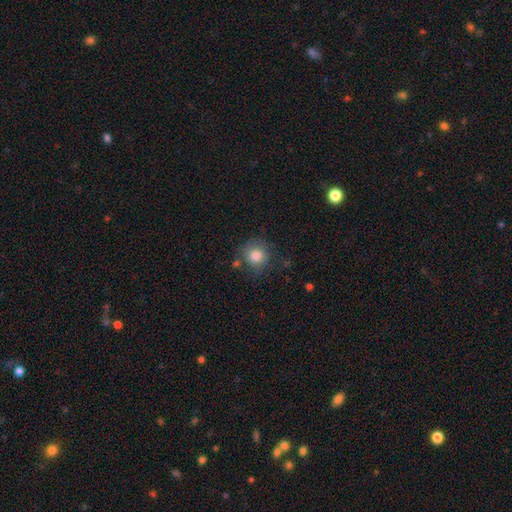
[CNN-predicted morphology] Smooth or featured? smooth (81%)
How rounded? round (89%)
Merging? none (70%)